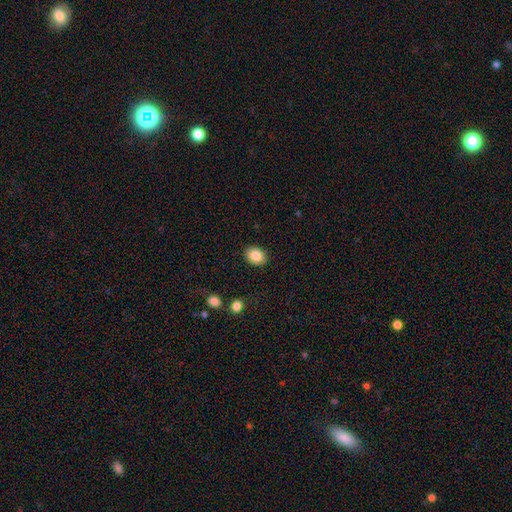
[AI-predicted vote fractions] smooth-or-featured: smooth: 85% | star or artifact: 8% | featured or disk: 6%
  how-rounded: in between: 66% | round: 33% | cigar-shaped: 1%
  merging: none: 89% | minor disturbance: 8% | major disturbance: 2% | merger: 1%